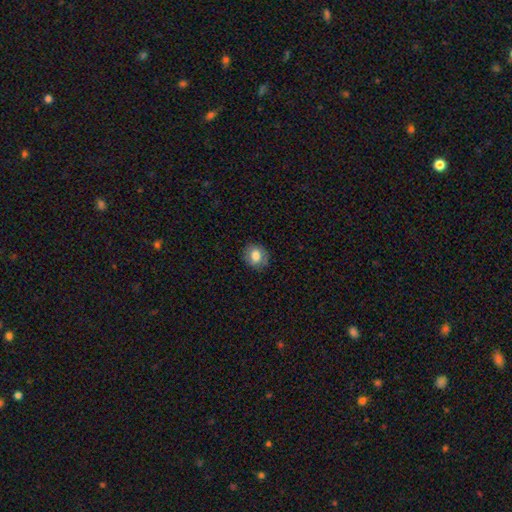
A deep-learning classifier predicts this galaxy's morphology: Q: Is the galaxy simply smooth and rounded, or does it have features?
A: smooth — 75%.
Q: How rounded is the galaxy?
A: round — 64%.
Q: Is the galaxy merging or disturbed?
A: none — 82%.